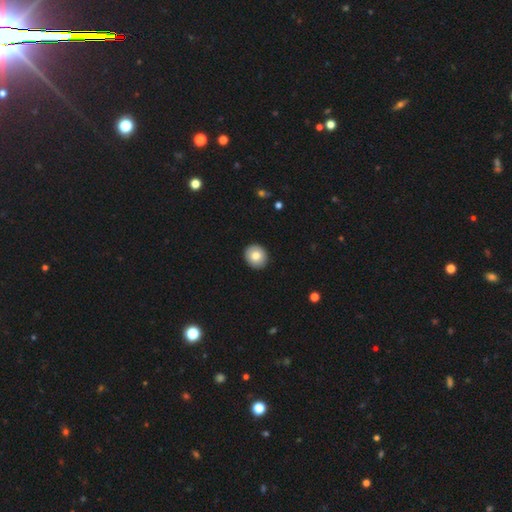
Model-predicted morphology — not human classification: The model was most divided on "smooth or featured": smooth: 80%, featured or disk: 12%, star or artifact: 8%. More confident: merging — none (92%); how rounded — round (85%).